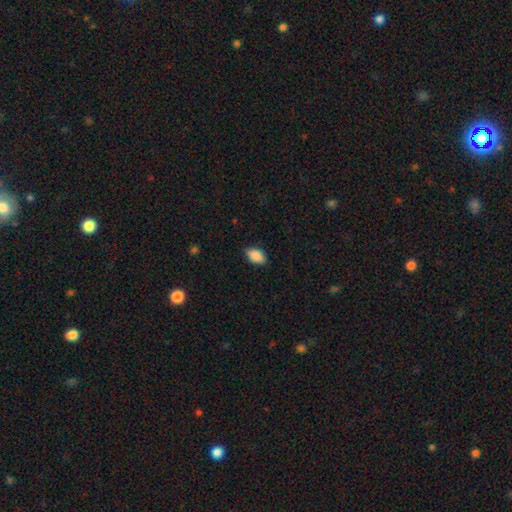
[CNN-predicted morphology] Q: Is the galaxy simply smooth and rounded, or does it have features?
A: smooth — 88%.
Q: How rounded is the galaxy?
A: in between — 91%.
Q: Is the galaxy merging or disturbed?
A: none — 82%.